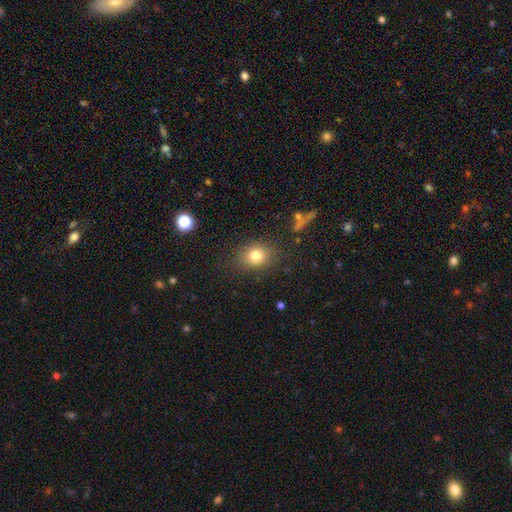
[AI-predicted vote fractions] Smooth or featured? smooth (79%)
How rounded? round (53%)
Merging? none (84%)